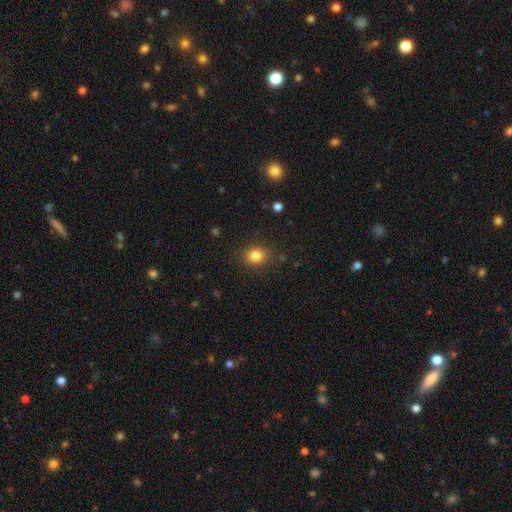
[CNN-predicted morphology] smooth 84%, star or artifact 11%, featured or disk 5%. Down the decision tree: how rounded — round (66%); merging — none (87%).